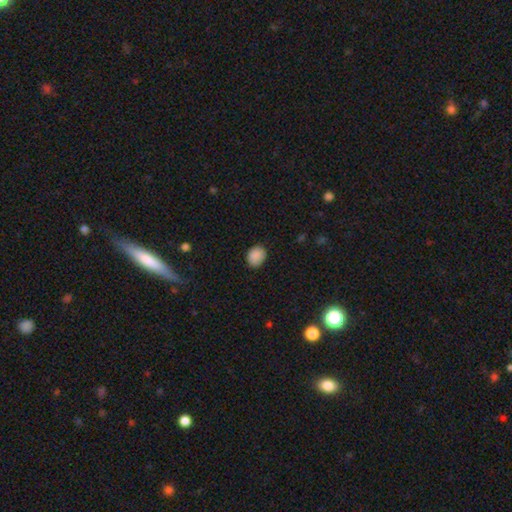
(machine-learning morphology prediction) smooth-or-featured: smooth: 89% | star or artifact: 8% | featured or disk: 3%
  how-rounded: round: 54% | in between: 45% | cigar-shaped: 1%
  merging: none: 85% | minor disturbance: 12% | major disturbance: 2% | merger: 1%